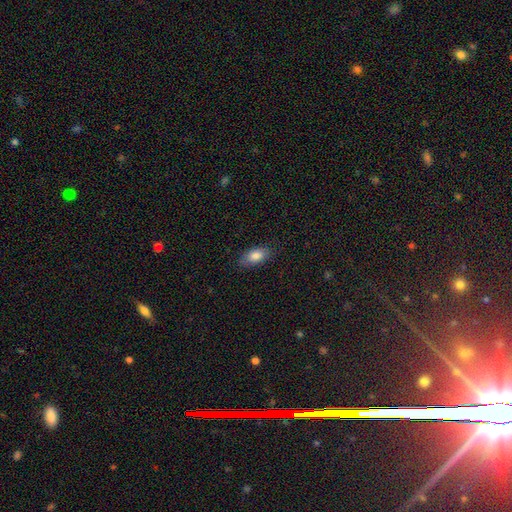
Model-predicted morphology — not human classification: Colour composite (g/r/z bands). It shows a smooth galaxy with no disk features (84%) that is in between round and cigar-shaped (90%). Merging: none (82%).